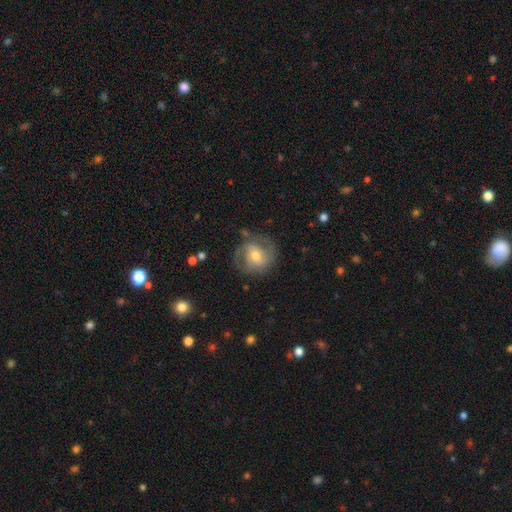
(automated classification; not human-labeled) This is likely a featured or disk galaxy (70%). It is clearly not viewed edge-on (97%). Bar: possibly no (53%). Spiral arm pattern: clearly yes (88%). Spiral arm count: likely 2 (63%). Spiral winding: marginally medium (43%). Central bulge: likely moderate (61%). Merging: likely none (69%).